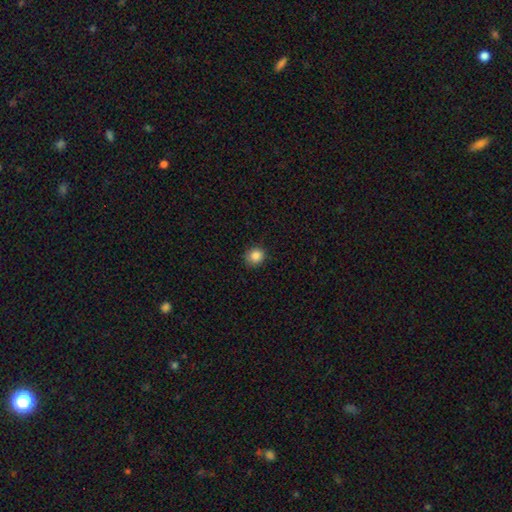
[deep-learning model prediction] Smooth or featured? Predicted: smooth (p=0.86). How rounded? Predicted: round (p=0.82). Merging? Predicted: none (p=0.84).